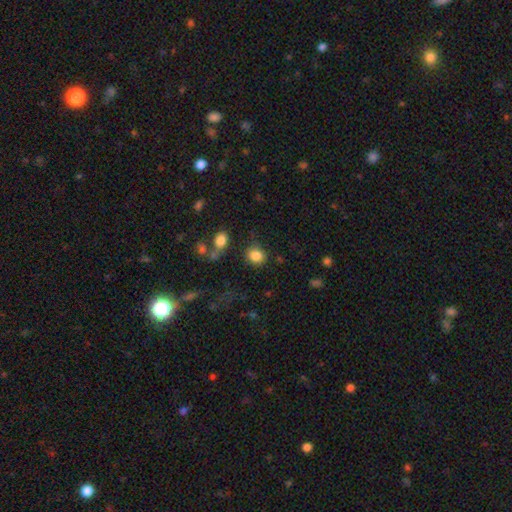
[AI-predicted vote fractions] A smooth galaxy with no disk features (85%) that is round (77%).

Vote fractions:
- Smooth or featured? smooth: 85% / star or artifact: 10% / featured or disk: 5%
- How rounded? round: 77% / in between: 22% / cigar-shaped: 1%
- Merging? none: 80% / minor disturbance: 12% / major disturbance: 4% / merger: 4%